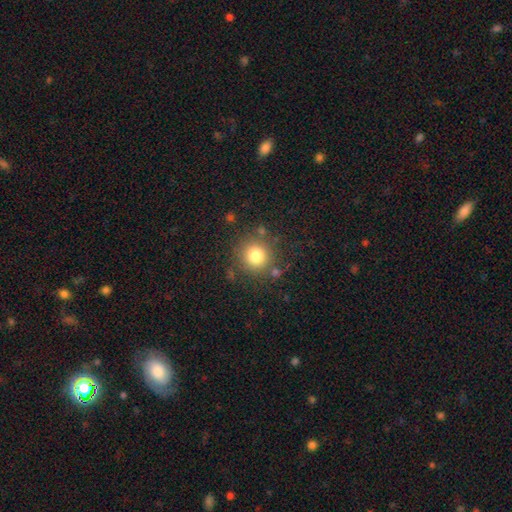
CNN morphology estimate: This is likely a smooth galaxy (80%). How rounded: clearly round (93%). Merging: clearly none (82%).